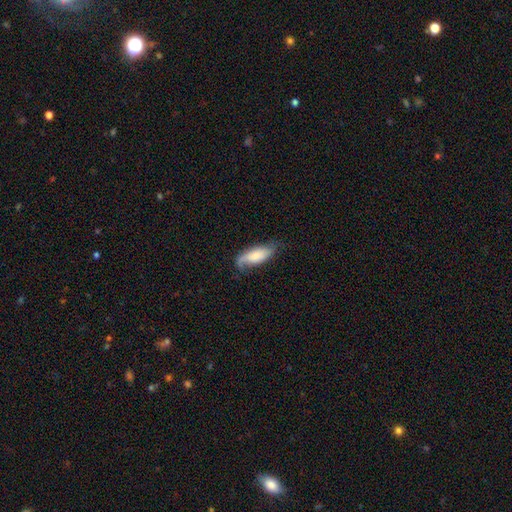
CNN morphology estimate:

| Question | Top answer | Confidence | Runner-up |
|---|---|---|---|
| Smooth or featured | smooth | 59% | featured or disk (35%) |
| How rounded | in between | 72% | cigar-shaped (26%) |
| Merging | none | 55% | minor disturbance (31%) |